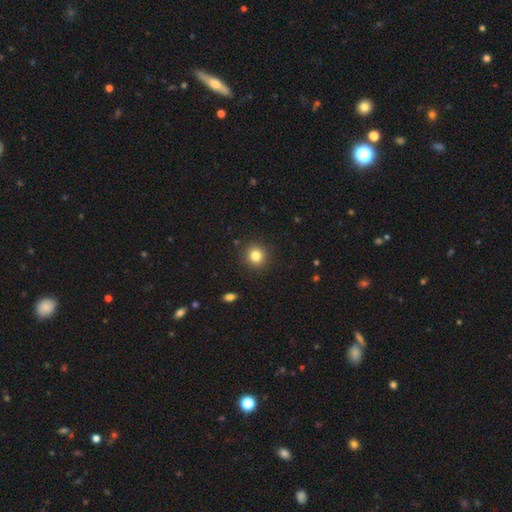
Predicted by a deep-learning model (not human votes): The model was most divided on "smooth or featured": smooth: 82%, star or artifact: 11%, featured or disk: 6%. More confident: merging — none (91%); how rounded — round (88%).